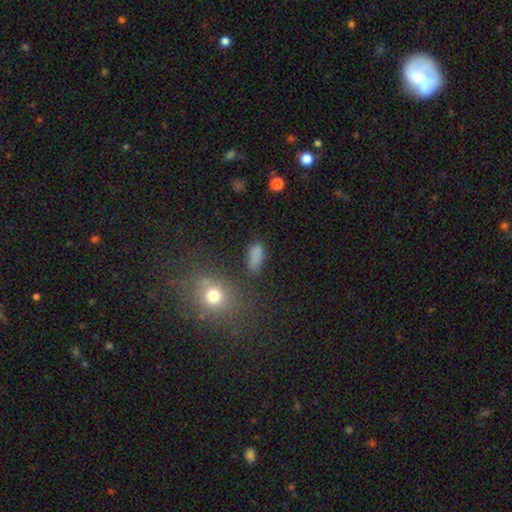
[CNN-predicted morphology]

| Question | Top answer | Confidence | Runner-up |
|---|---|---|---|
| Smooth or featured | smooth | 80% | star or artifact (13%) |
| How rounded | in between | 78% | cigar-shaped (14%) |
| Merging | none | 72% | minor disturbance (17%) |